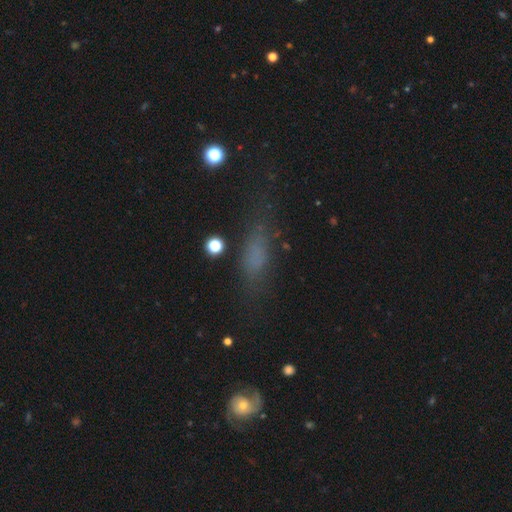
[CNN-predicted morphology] Q: Smooth or featured?
A: smooth (61%); runner-up: featured or disk (21%)
Q: How rounded?
A: in between (53%); runner-up: cigar-shaped (40%)
Q: Merging?
A: none (60%); runner-up: minor disturbance (22%)